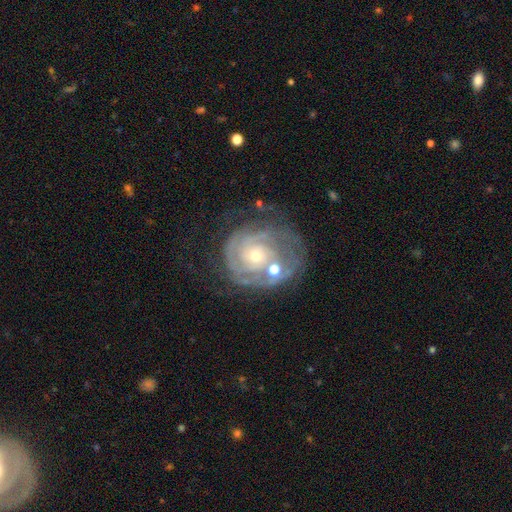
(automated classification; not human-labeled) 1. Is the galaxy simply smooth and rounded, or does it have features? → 83% featured or disk, 10% smooth, 7% star or artifact.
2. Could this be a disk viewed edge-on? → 98% no, 2% yes.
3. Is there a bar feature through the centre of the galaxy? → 80% no, 16% weak, 4% strong.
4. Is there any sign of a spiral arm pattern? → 91% yes, 9% no.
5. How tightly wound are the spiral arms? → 76% tight, 19% medium, 5% loose.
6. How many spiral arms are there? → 37% can't tell, 28% 2, 17% 3, 7% 4, 6% 1, 5% more than 4.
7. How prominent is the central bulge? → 62% small, 34% moderate, 2% large, 1% none, 1% dominant.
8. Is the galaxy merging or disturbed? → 53% none, 20% minor disturbance, 14% major disturbance, 13% merger.